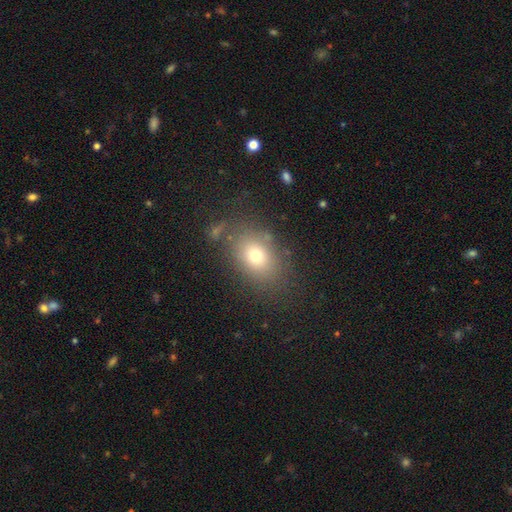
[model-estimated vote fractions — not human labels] Smooth or featured: smooth — 73% (featured or disk — 14%)
How rounded: in between — 69% (round — 30%)
Merging: none — 76% (minor disturbance — 13%)